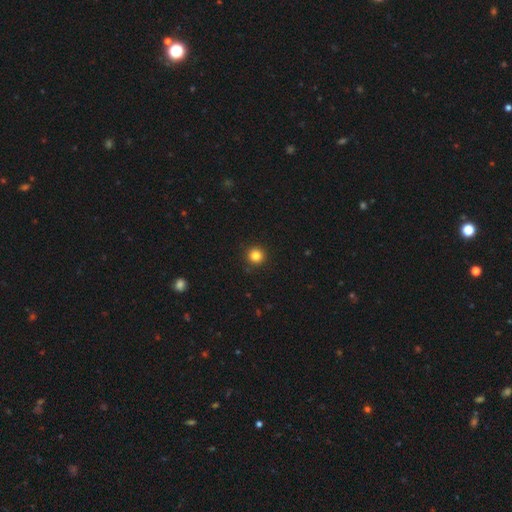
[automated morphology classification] Smooth or featured: smooth — 83% (star or artifact — 12%)
How rounded: round — 95% (in between — 4%)
Merging: none — 92% (minor disturbance — 5%)